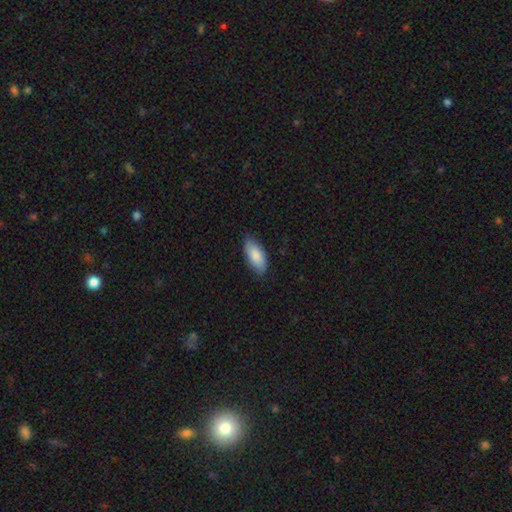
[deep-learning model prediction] Smooth or featured? smooth (85%)
How rounded? in between (87%)
Merging? none (81%)